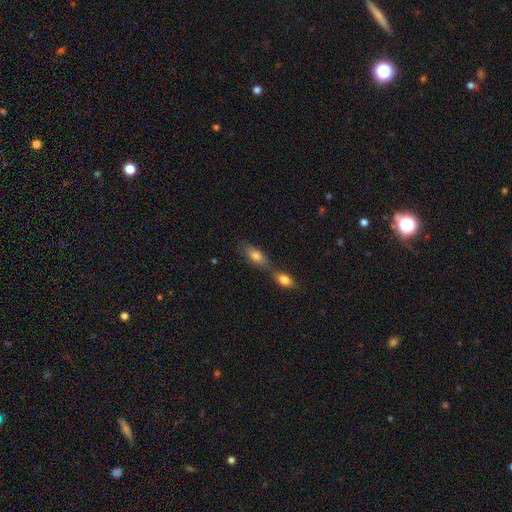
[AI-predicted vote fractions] A smooth galaxy with no disk features (76%) that is in between round and cigar-shaped (77%).

Vote fractions:
- Smooth or featured? smooth: 76% / featured or disk: 16% / star or artifact: 8%
- How rounded? in between: 77% / cigar-shaped: 16% / round: 6%
- Merging? merger: 55% / none: 31% / minor disturbance: 10% / major disturbance: 5%